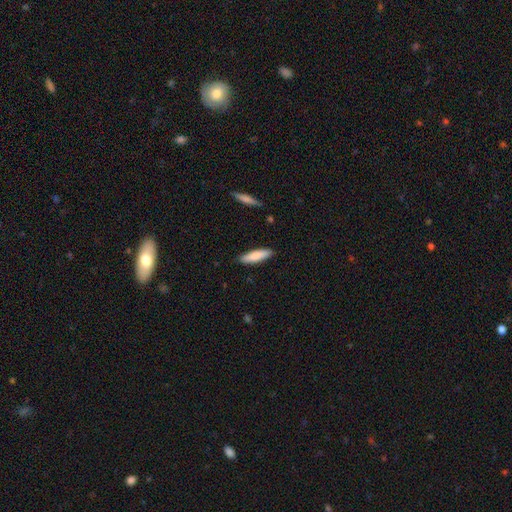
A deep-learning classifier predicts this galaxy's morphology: smooth-or-featured: smooth: 82% | featured or disk: 13% | star or artifact: 5%
  how-rounded: cigar-shaped: 64% | in between: 35% | round: 1%
  merging: none: 88% | minor disturbance: 9% | major disturbance: 2% | merger: 1%